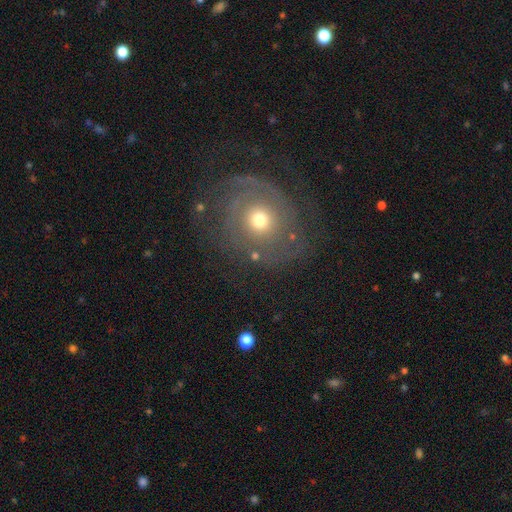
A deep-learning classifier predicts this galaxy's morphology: A featured or disk galaxy (69%) with no bar (85%), 2 (44%) tight (63%) spiral arms (83%) and a moderate central bulge (60%). Merging: none (71%).